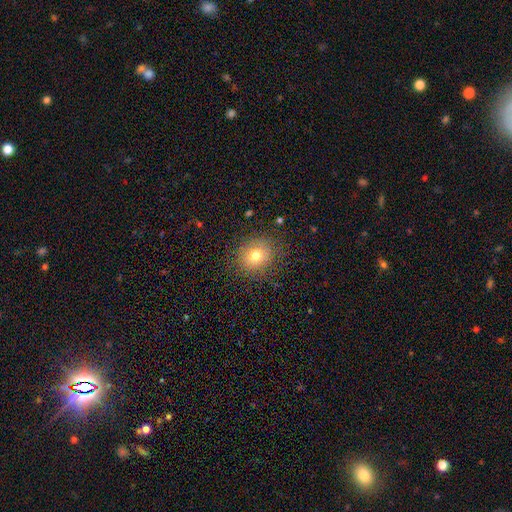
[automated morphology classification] Smooth or featured: smooth — 74% (star or artifact — 13%)
How rounded: round — 78% (in between — 21%)
Merging: none — 83% (minor disturbance — 11%)